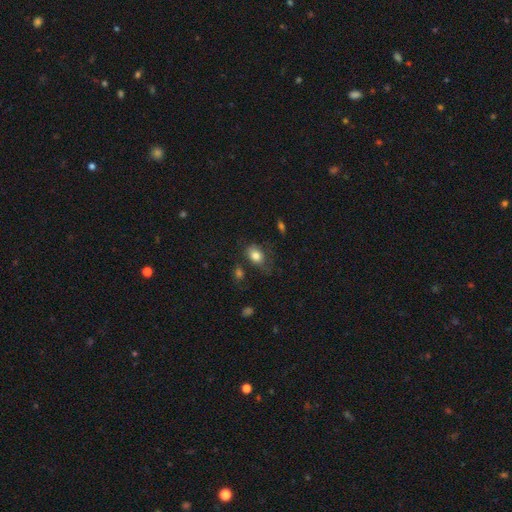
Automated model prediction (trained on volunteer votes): This appears to be a smooth galaxy with no disk features (81%) that is in between round and cigar-shaped (78%). Merging: none (59%).